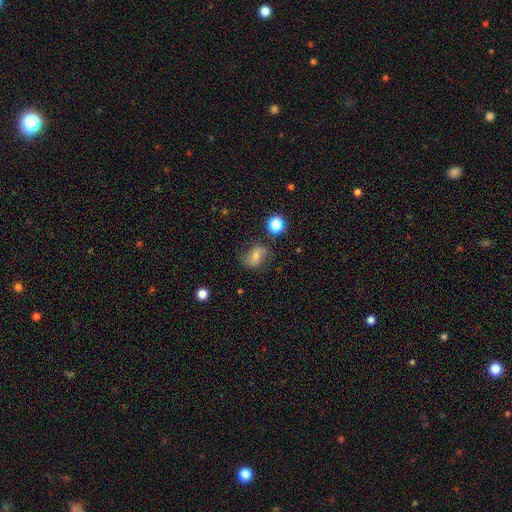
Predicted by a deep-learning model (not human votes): A smooth galaxy with no disk features (58%) that is in between round and cigar-shaped (62%). Merging: none (72%).